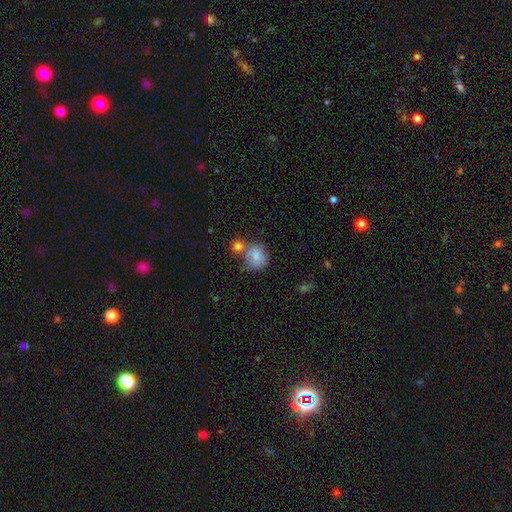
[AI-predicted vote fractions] A smooth galaxy with no disk features (79%) that is round (74%).

Vote fractions:
- Smooth or featured? smooth: 79% / featured or disk: 12% / star or artifact: 8%
- How rounded? round: 74% / in between: 25% / cigar-shaped: 1%
- Merging? none: 43% / merger: 33% / minor disturbance: 17% / major disturbance: 7%